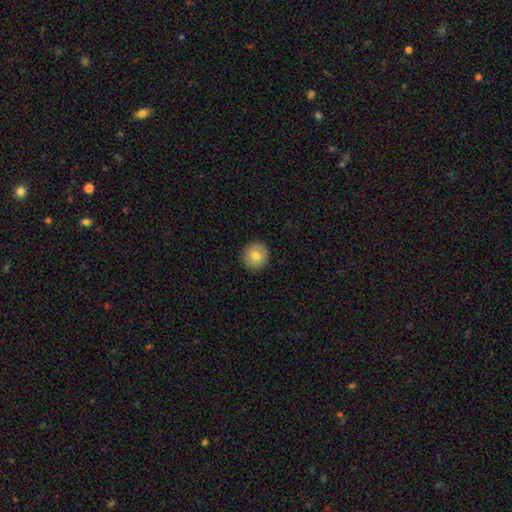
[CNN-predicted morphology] Q: Smooth or featured?
A: smooth (80%); runner-up: featured or disk (11%)
Q: How rounded?
A: round (93%); runner-up: in between (6%)
Q: Merging?
A: none (91%); runner-up: minor disturbance (6%)